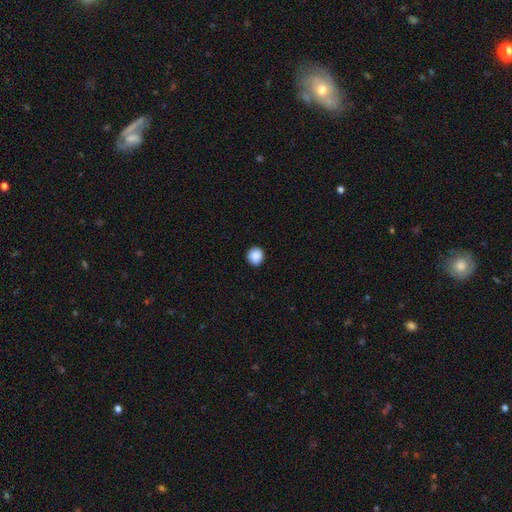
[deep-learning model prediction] A smooth galaxy with no disk features (89%) that is round (90%).

Vote fractions:
- Smooth or featured? smooth: 89% / star or artifact: 9% / featured or disk: 2%
- How rounded? round: 90% / in between: 9% / cigar-shaped: 1%
- Merging? none: 90% / minor disturbance: 7% / major disturbance: 2% / merger: 1%